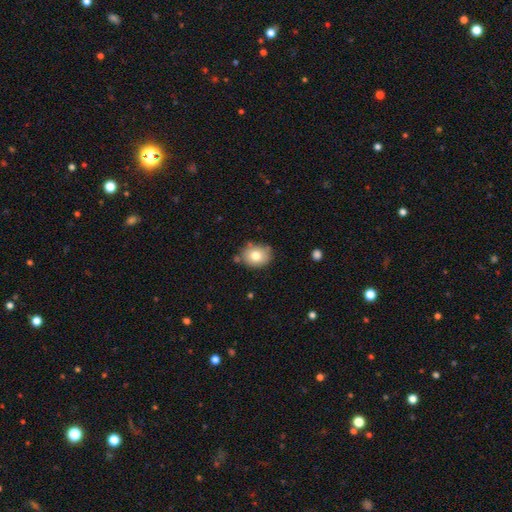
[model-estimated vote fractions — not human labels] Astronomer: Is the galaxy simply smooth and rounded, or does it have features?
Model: smooth — 77%.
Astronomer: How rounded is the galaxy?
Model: round — 53% (runner-up: in between, 46%).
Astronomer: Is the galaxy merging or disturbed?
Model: none — 75%.